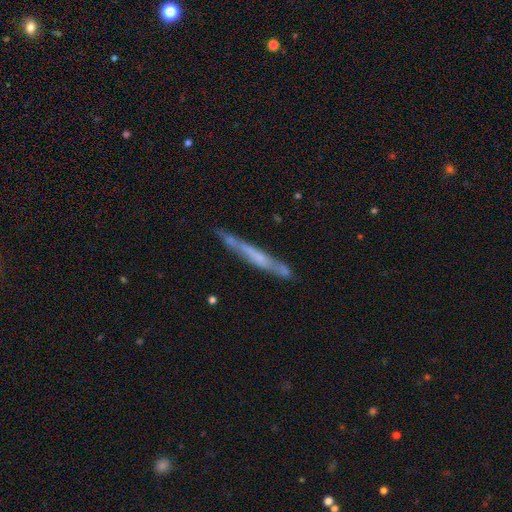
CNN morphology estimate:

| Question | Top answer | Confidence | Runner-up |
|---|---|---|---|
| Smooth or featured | featured or disk | 59% | smooth (34%) |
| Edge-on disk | yes | 89% | no (11%) |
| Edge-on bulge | none | 69% | rounded (18%) |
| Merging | none | 74% | minor disturbance (18%) |